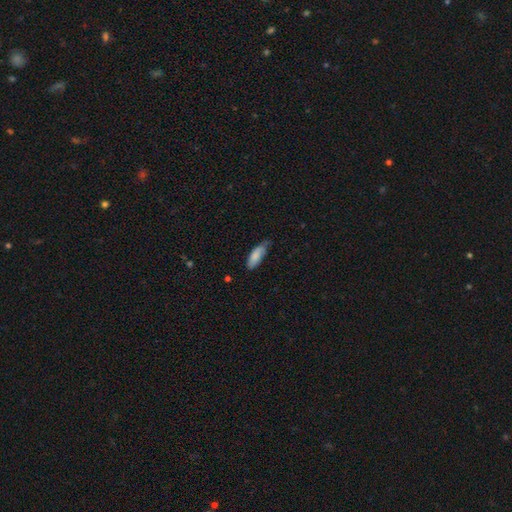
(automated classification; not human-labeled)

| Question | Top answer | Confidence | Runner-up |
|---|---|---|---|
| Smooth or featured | smooth | 80% | featured or disk (14%) |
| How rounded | in between | 69% | cigar-shaped (29%) |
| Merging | none | 53% | minor disturbance (38%) |